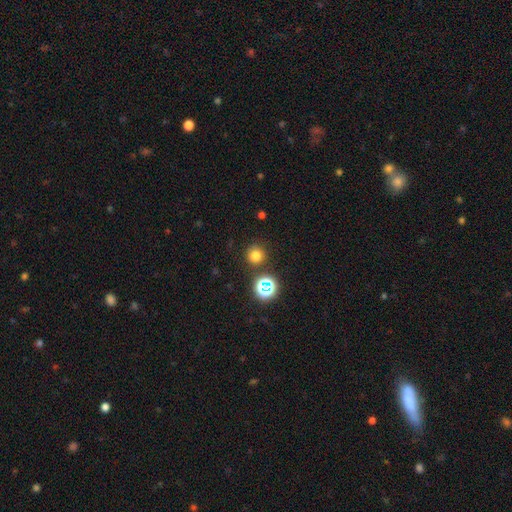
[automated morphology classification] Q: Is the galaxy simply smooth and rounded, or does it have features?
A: smooth — 73%.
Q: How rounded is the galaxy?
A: round — 93%.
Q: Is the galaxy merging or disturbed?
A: none — 85%.